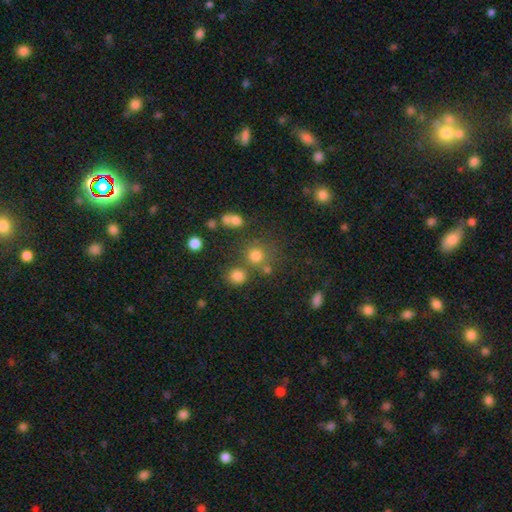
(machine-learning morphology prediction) The model was most divided on "smooth or featured": smooth: 71%, star or artifact: 21%, featured or disk: 8%. More confident: how rounded — round (88%); merging — none (68%).